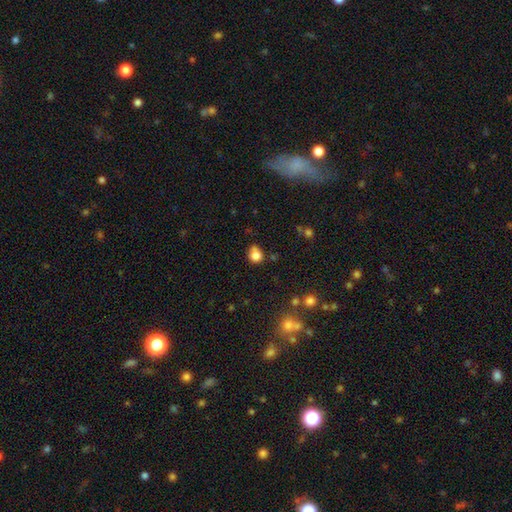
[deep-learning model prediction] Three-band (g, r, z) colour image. It shows a smooth galaxy with no disk features (80%) that is round (74%). Merging: none (52%).